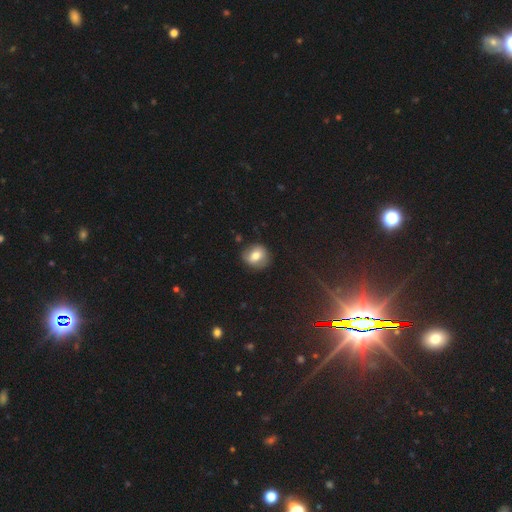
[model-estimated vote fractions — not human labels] smooth_or_featured: smooth (p=0.69) [alt: featured or disk p=0.21]
how_rounded: round (p=0.76) [alt: in between p=0.23]
merging: none (p=0.81) [alt: minor disturbance p=0.14]